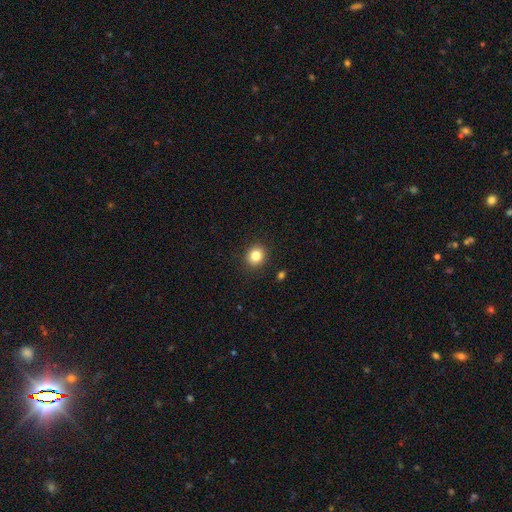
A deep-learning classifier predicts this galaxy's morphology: A smooth galaxy with no disk features (83%) that is round (78%).

Vote fractions:
- Smooth or featured? smooth: 83% / star or artifact: 11% / featured or disk: 6%
- How rounded? round: 78% / in between: 21% / cigar-shaped: 1%
- Merging? none: 90% / minor disturbance: 6% / major disturbance: 2% / merger: 1%